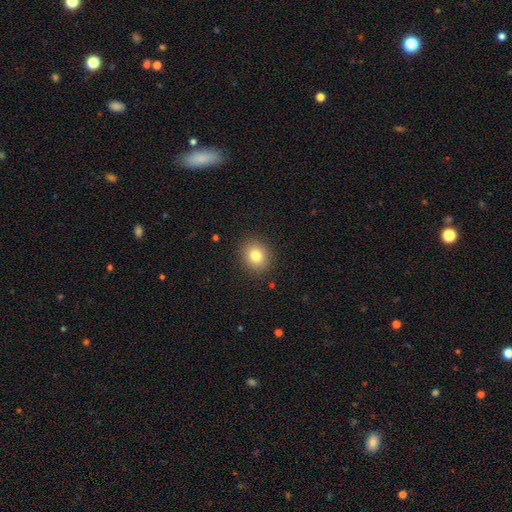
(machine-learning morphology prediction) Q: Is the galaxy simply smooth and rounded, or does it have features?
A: smooth — 80%.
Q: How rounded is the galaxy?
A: round — 71%.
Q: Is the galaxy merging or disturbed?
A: none — 89%.